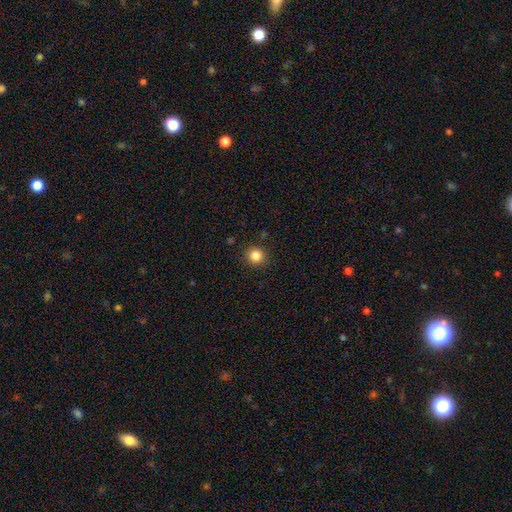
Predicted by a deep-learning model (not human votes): Smooth or featured? Predicted: smooth (p=0.84). How rounded? Predicted: round (p=0.93). Merging? Predicted: none (p=0.90).